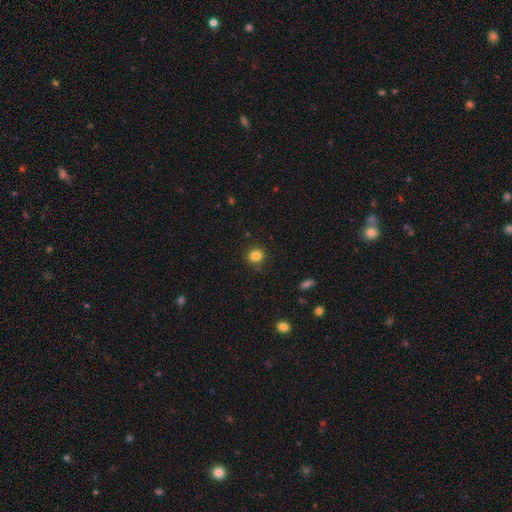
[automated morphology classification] Smooth or featured? smooth (83%)
How rounded? round (89%)
Merging? none (88%)